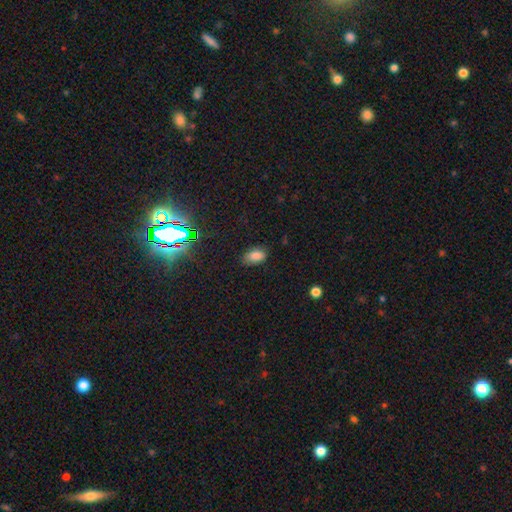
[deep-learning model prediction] This is clearly a smooth galaxy (81%). How rounded: clearly in between (91%). Merging: likely none (75%).